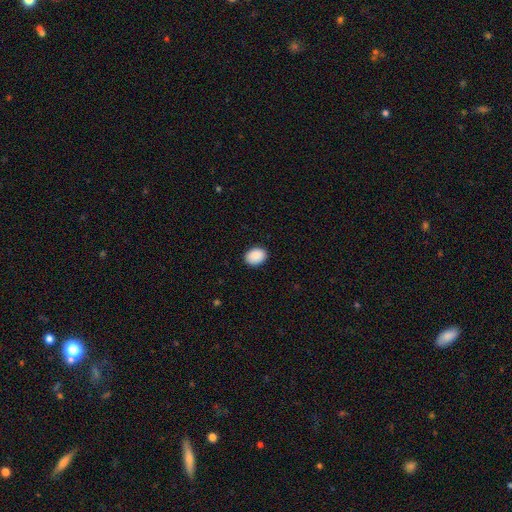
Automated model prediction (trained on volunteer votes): smooth_or_featured: smooth (p=0.90) [alt: star or artifact p=0.07]
how_rounded: in between (p=0.63) [alt: round p=0.36]
merging: none (p=0.90) [alt: minor disturbance p=0.08]